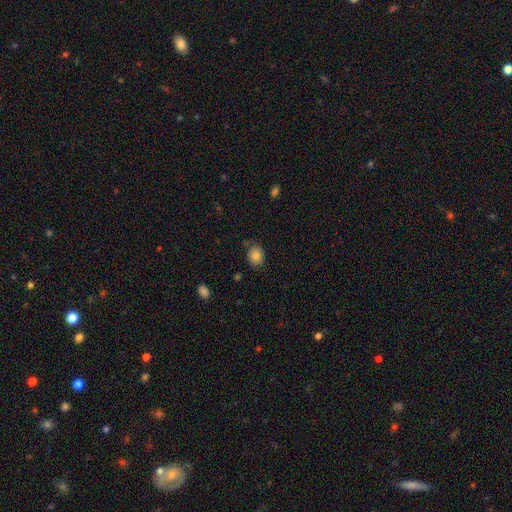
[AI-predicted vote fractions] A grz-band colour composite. It shows a smooth galaxy with no disk features (80%) that is round (56%). Merging: none (75%).